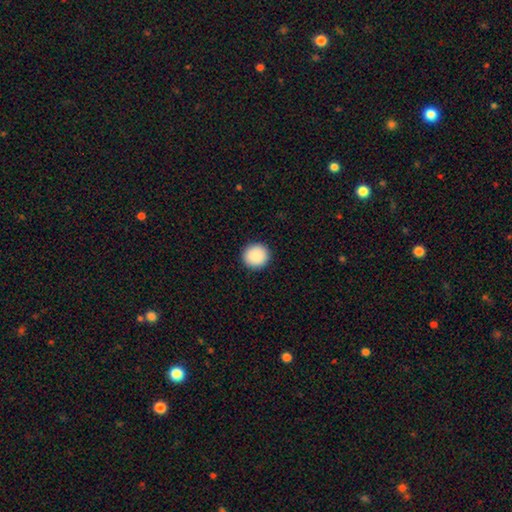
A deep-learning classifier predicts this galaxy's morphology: This appears to be a smooth galaxy with no disk features (90%) that is round (93%). Merging: none (93%).